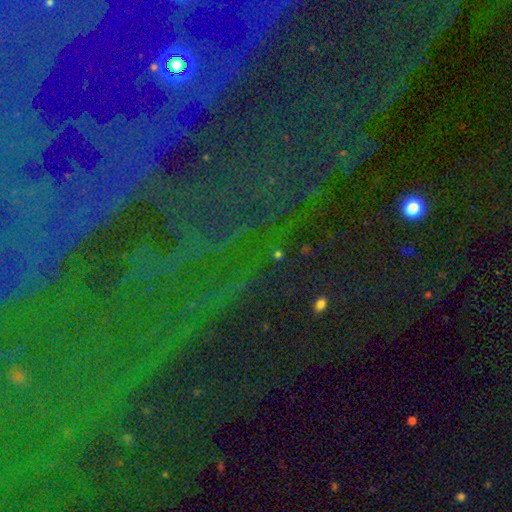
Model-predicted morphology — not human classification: The model was most divided on "smooth or featured": star or artifact: 81%, featured or disk: 10%, smooth: 9%.